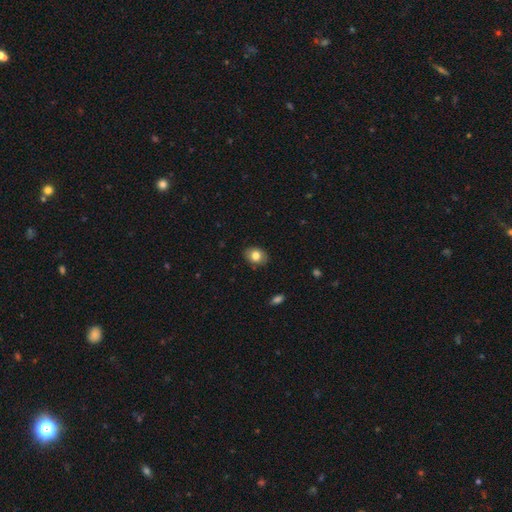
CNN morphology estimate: Smooth or featured? smooth (80%)
How rounded? in between (63%)
Merging? none (86%)